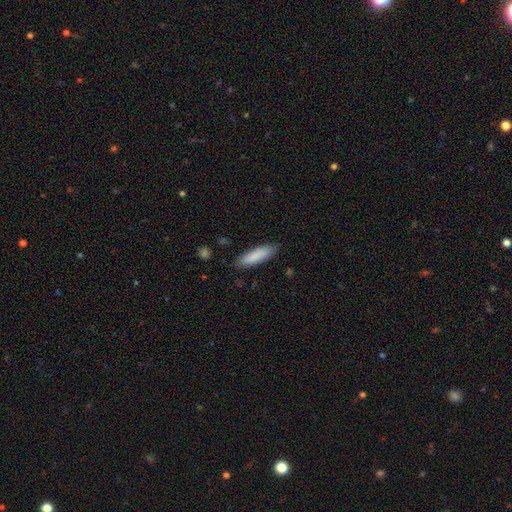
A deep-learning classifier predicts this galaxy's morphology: A smooth galaxy with no disk features (87%) that is cigar-shaped (62%). Merging: none (87%).